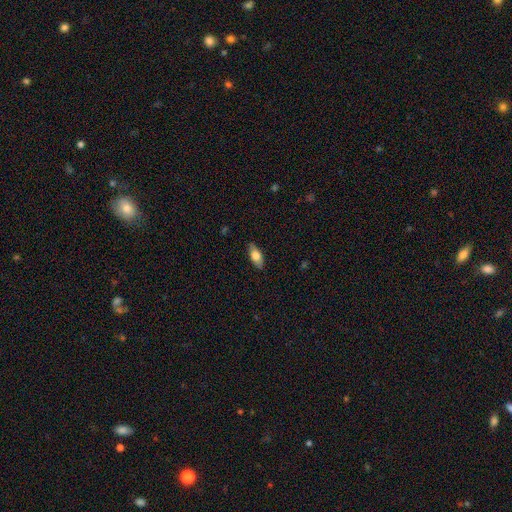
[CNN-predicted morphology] Q: Smooth or featured?
A: smooth (70%); runner-up: featured or disk (23%)
Q: How rounded?
A: in between (81%); runner-up: cigar-shaped (16%)
Q: Merging?
A: none (85%); runner-up: minor disturbance (12%)